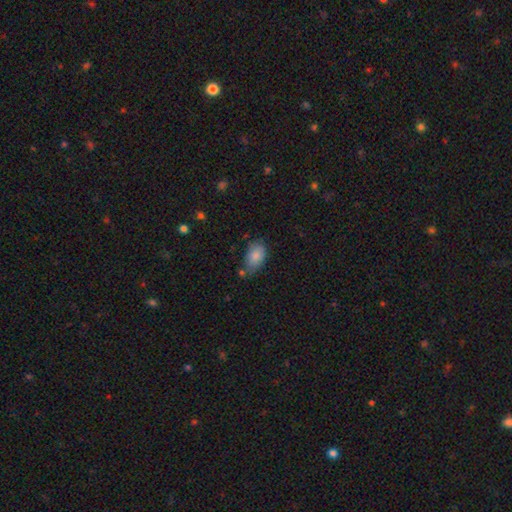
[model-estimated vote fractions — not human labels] smooth_or_featured: smooth (p=0.85) [alt: star or artifact p=0.07]
how_rounded: in between (p=0.90) [alt: round p=0.09]
merging: none (p=0.61) [alt: minor disturbance p=0.26]